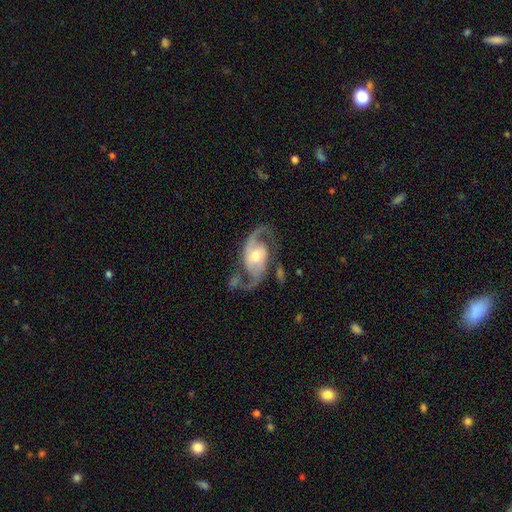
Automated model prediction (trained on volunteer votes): A featured or disk galaxy (91%) with no bar (50%), 2 (93%) medium (53%) spiral arms (97%) and a moderate central bulge (64%). Merging: none (70%).